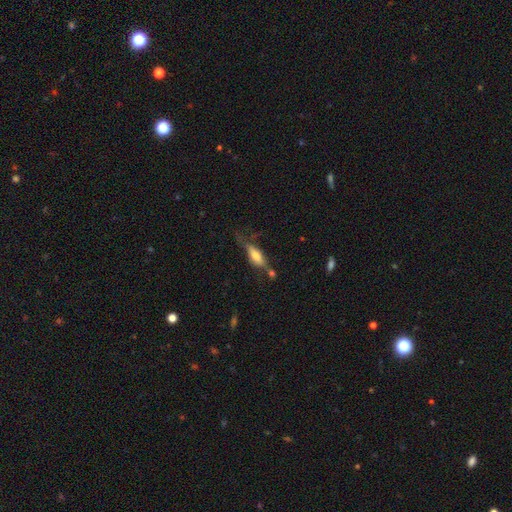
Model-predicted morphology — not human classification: A featured or disk galaxy (47%).

Vote fractions:
- Smooth or featured? featured or disk: 47% / smooth: 45% / star or artifact: 8%
- Merging? none: 49% / minor disturbance: 24% / major disturbance: 16% / merger: 11%